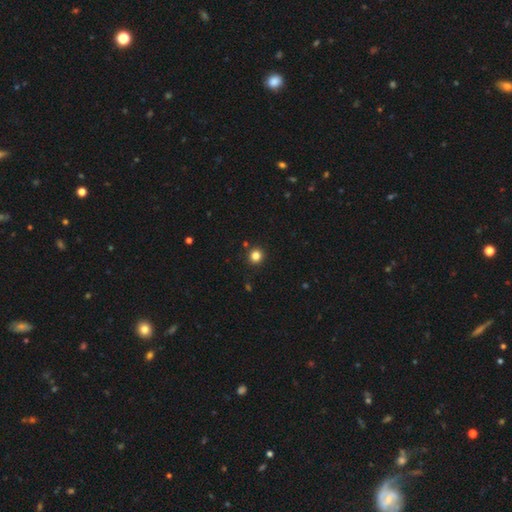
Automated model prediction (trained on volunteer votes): This appears to be a smooth galaxy with no disk features (82%) that is round (94%). Merging: none (92%).